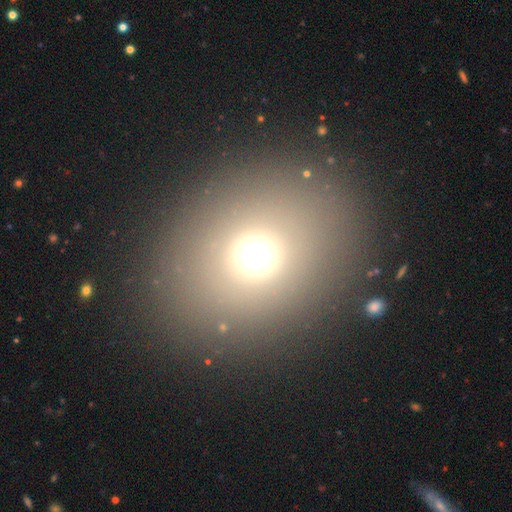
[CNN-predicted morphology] Smooth or featured? Predicted: smooth (p=0.67). How rounded? Predicted: round (p=0.60). Merging? Predicted: none (p=0.87).